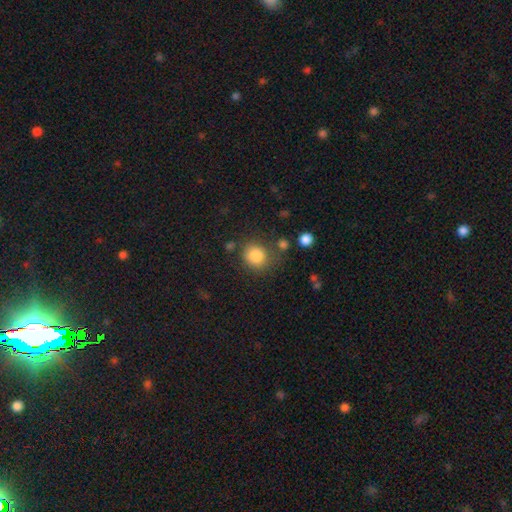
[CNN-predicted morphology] This appears to be a smooth galaxy with no disk features (84%) that is round (81%). Merging: none (73%).